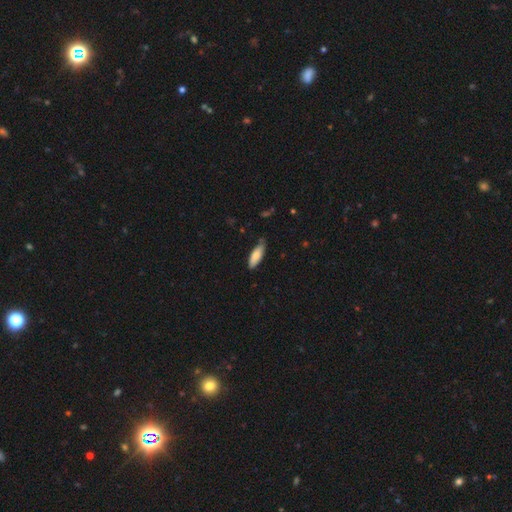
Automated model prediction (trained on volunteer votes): The model was most divided on "how rounded": in between: 64%, cigar-shaped: 34%, round: 2%. More confident: smooth or featured — smooth (82%); merging — none (67%).